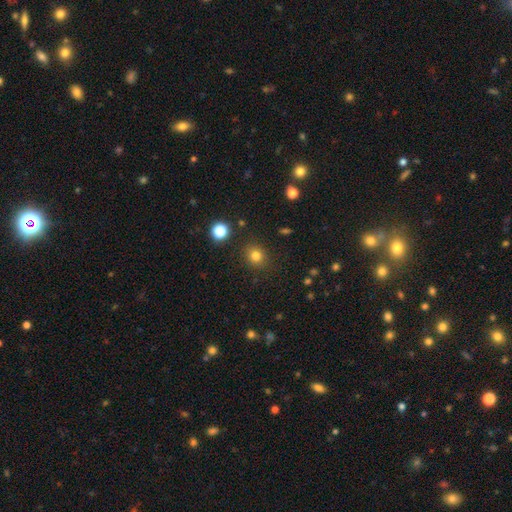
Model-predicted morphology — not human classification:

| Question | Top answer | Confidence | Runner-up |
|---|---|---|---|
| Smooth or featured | smooth | 80% | star or artifact (14%) |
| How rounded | round | 76% | in between (23%) |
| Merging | none | 87% | minor disturbance (9%) |